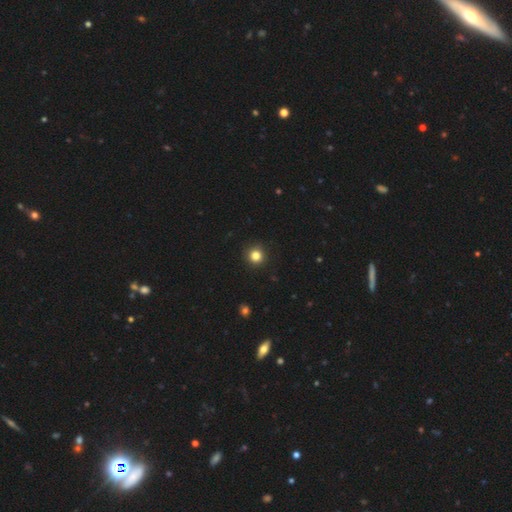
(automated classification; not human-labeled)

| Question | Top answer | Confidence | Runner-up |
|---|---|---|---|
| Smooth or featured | smooth | 83% | star or artifact (13%) |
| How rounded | round | 94% | in between (5%) |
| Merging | none | 92% | minor disturbance (5%) |